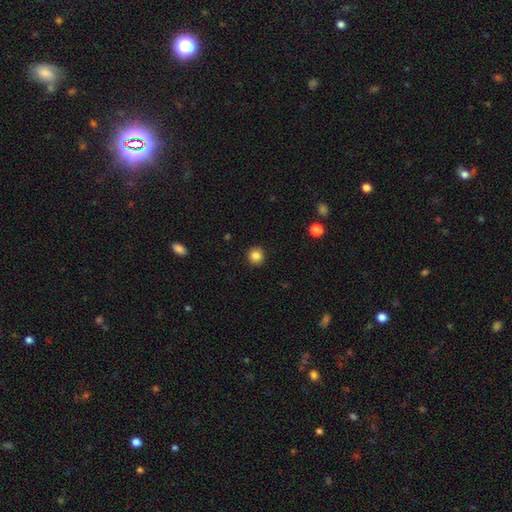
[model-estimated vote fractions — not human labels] The model was most divided on "smooth or featured": smooth: 85%, star or artifact: 11%, featured or disk: 5%. More confident: how rounded — round (93%); merging — none (92%).